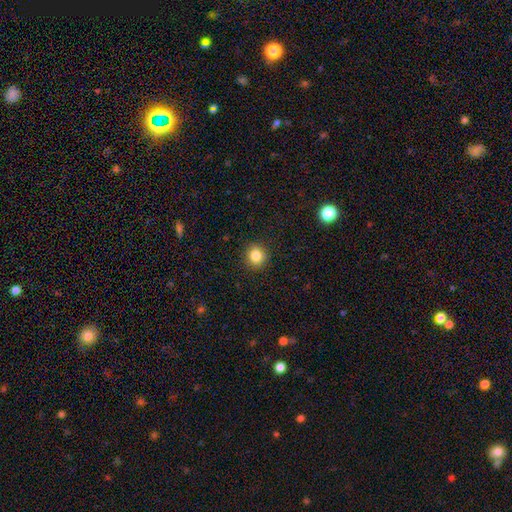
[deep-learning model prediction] Smooth or featured?
  - smooth: 83% *
  - star or artifact: 11%
  - featured or disk: 6%
How rounded?
  - round: 90% *
  - in between: 9%
  - cigar-shaped: 1%
Merging?
  - none: 91% *
  - minor disturbance: 6%
  - major disturbance: 2%
  - merger: 1%